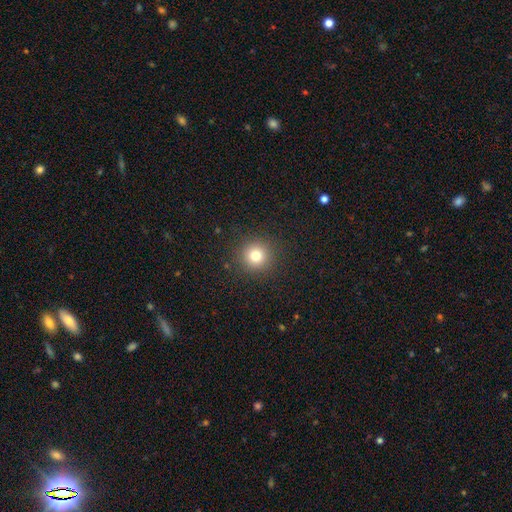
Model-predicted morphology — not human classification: Smooth or featured: smooth — 78% (star or artifact — 14%)
How rounded: round — 94% (in between — 5%)
Merging: none — 90% (minor disturbance — 6%)